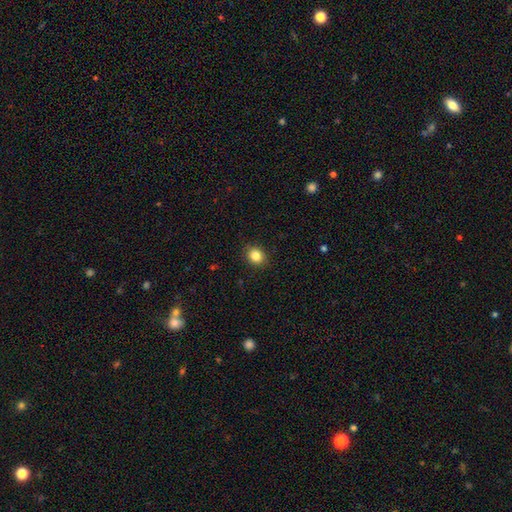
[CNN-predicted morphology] A smooth galaxy with no disk features (84%) that is round (68%). Merging: none (90%).